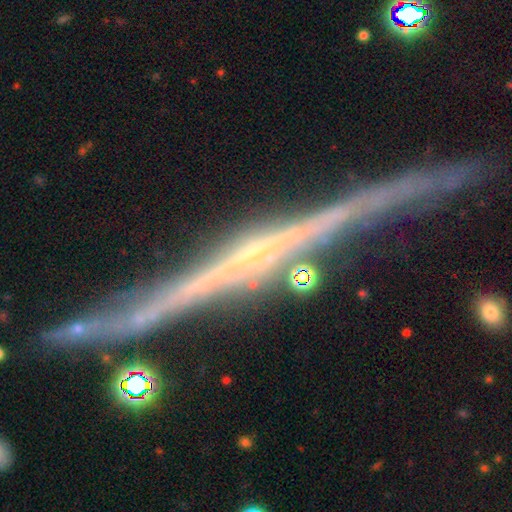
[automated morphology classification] featured or disk 89%, star or artifact 6%, smooth 5%. Down the decision tree: edge-on disk — yes (98%); edge-on bulge — rounded (52%); merging — none (82%).